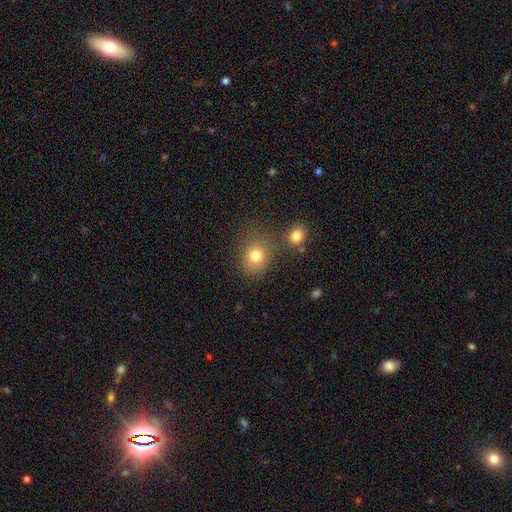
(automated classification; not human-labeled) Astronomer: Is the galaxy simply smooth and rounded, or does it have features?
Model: smooth — 78%.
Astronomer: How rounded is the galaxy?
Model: round — 67%.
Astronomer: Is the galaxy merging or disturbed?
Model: none — 70%.